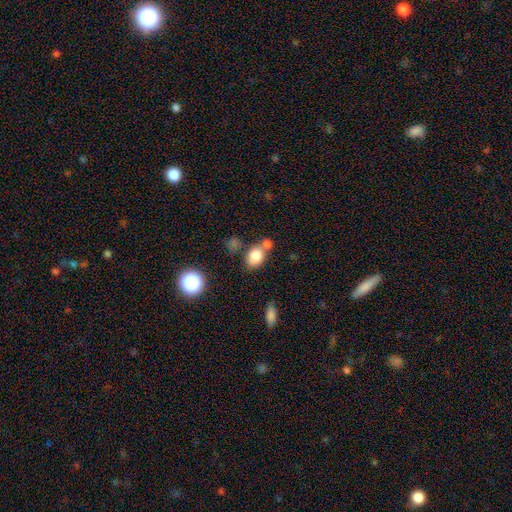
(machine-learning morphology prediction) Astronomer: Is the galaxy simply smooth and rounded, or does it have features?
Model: smooth — 81%.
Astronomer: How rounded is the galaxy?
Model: in between — 69%.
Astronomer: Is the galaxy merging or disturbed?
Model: none — 54%.